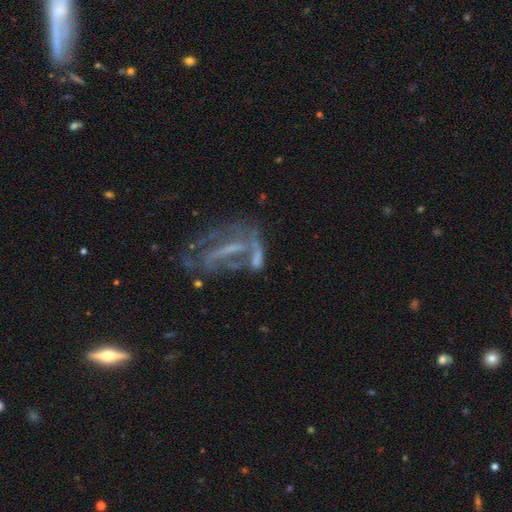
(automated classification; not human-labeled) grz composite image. It shows a featured or disk galaxy (63%) with no bar (39%), no spiral arms (61%) and no central bulge (56%). Merging: major disturbance (37%).